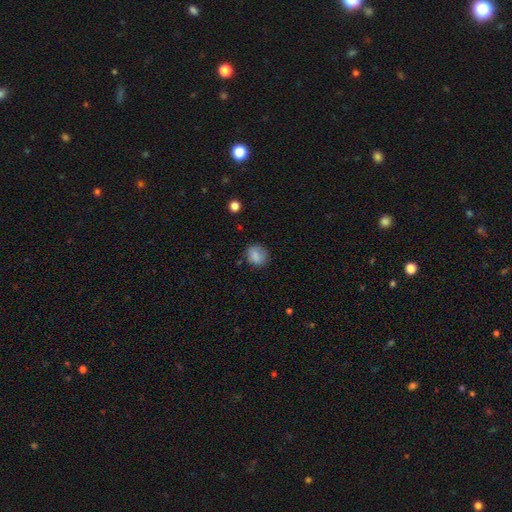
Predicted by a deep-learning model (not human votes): smooth-or-featured: smooth: 83% | star or artifact: 9% | featured or disk: 8%
  how-rounded: round: 64% | in between: 35% | cigar-shaped: 1%
  merging: none: 77% | minor disturbance: 17% | major disturbance: 4% | merger: 2%